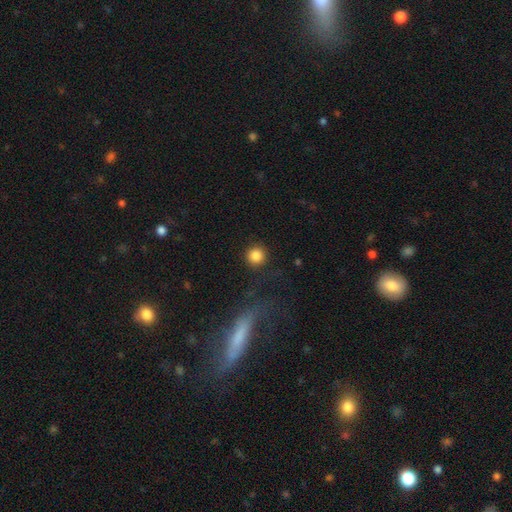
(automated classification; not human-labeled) Smooth or featured? smooth (86%)
How rounded? round (95%)
Merging? none (89%)